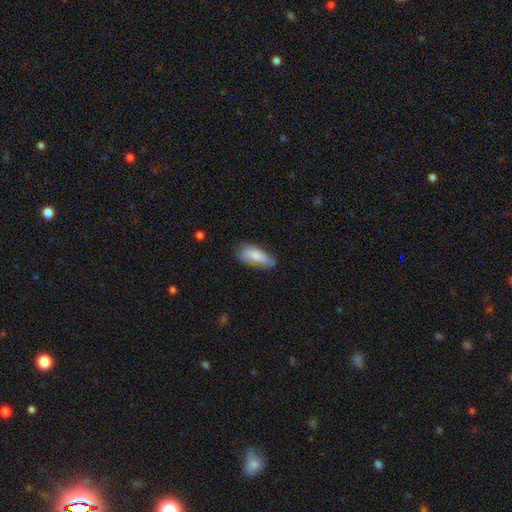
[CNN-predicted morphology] Overall: smooth (78%). How rounded: in between (83%). Merging: none (50%; minor disturbance 36%).